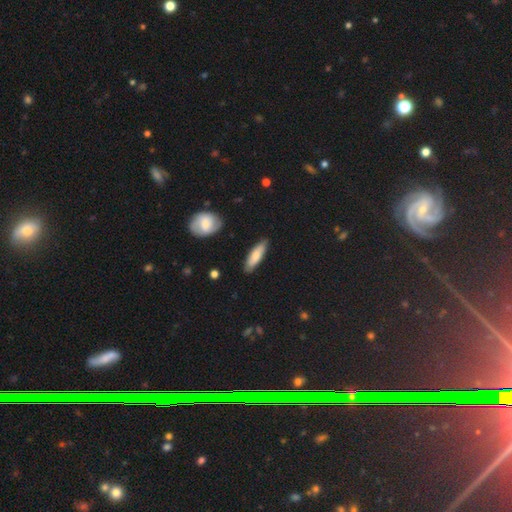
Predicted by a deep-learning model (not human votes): A smooth galaxy with no disk features (72%) that is cigar-shaped (60%). Merging: none (85%).